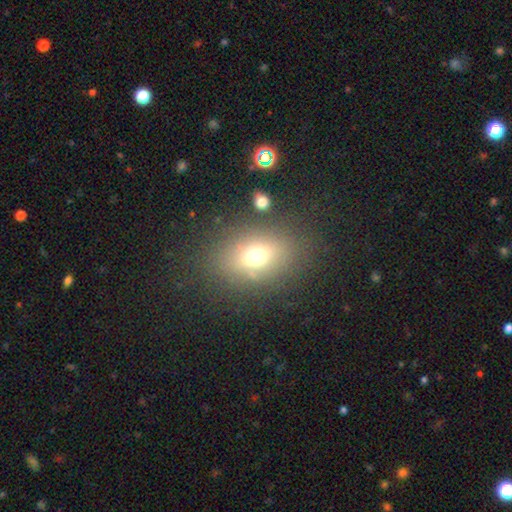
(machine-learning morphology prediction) Smooth or featured? Predicted: smooth (p=0.68). How rounded? Predicted: in between (p=0.71). Merging? Predicted: none (p=0.77).